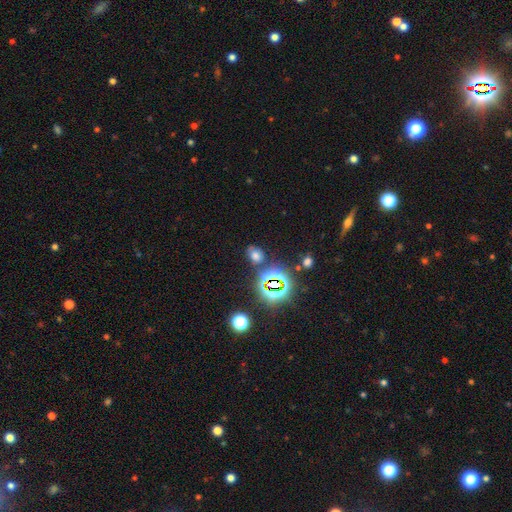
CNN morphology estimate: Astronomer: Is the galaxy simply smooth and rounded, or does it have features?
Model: smooth — 56% (runner-up: star or artifact, 34%).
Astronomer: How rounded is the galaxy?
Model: in between — 53% (runner-up: round, 45%).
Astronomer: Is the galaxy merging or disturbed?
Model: none — 70%.